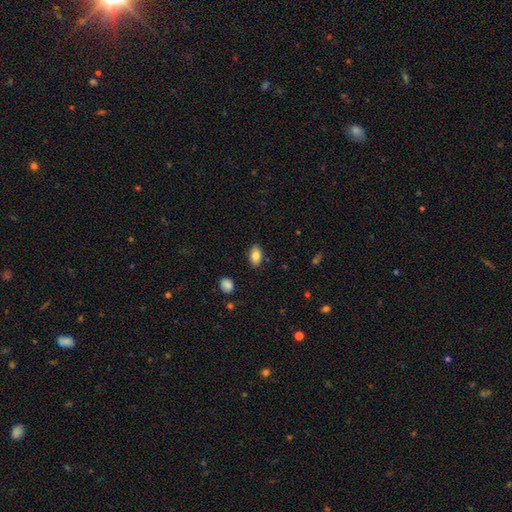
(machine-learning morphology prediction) type=smooth (83%); roundness=in between (91%); merging=none (87%).